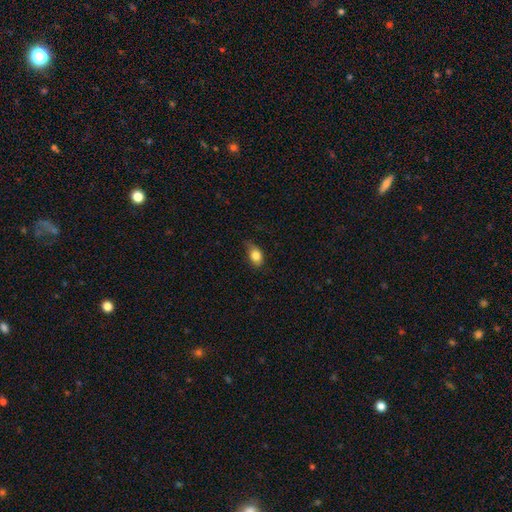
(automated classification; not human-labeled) Q: Smooth or featured?
A: smooth (82%); runner-up: featured or disk (10%)
Q: How rounded?
A: in between (74%); runner-up: round (24%)
Q: Merging?
A: none (54%); runner-up: minor disturbance (35%)